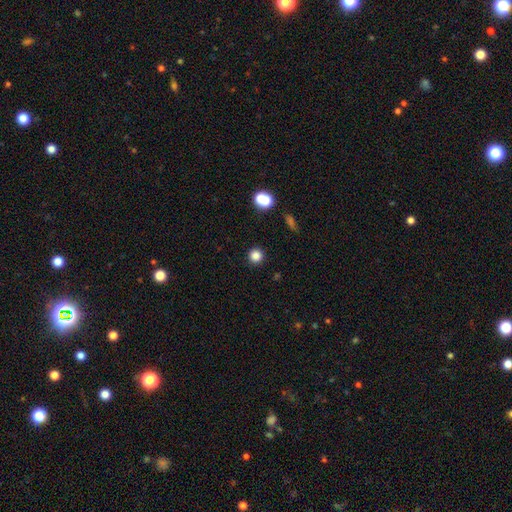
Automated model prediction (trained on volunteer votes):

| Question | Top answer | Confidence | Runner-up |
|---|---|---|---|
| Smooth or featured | smooth | 84% | star or artifact (12%) |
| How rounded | round | 94% | in between (5%) |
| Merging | none | 91% | minor disturbance (5%) |